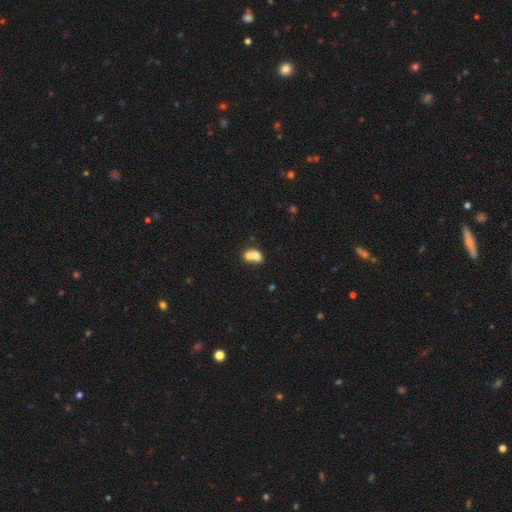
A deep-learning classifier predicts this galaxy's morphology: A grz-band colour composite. It shows a smooth galaxy with no disk features (68%) that is in between round and cigar-shaped (52%). Merging: merger (72%).